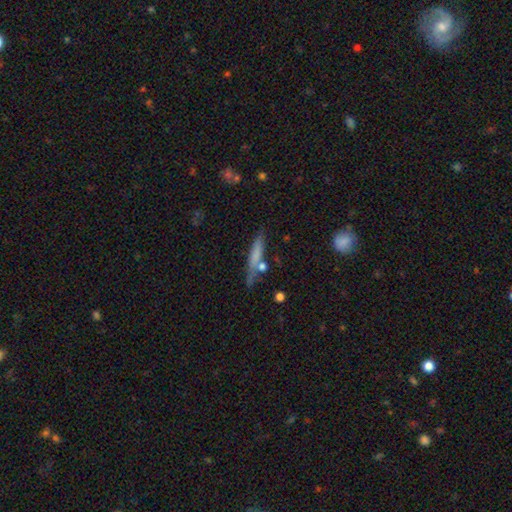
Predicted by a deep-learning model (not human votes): Overall: smooth (61%; featured or disk 31%). How rounded: cigar-shaped (89%). Merging: none (69%).